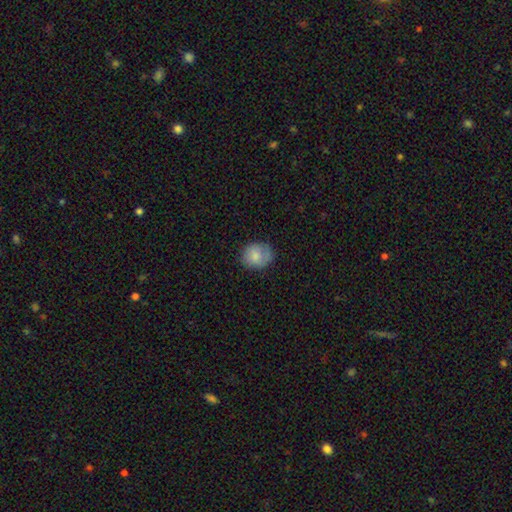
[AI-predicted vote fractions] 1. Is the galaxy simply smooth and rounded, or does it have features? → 78% smooth, 15% featured or disk, 7% star or artifact.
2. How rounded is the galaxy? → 67% round, 32% in between, 1% cigar-shaped.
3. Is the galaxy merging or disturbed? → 70% none, 22% minor disturbance, 7% major disturbance, 1% merger.